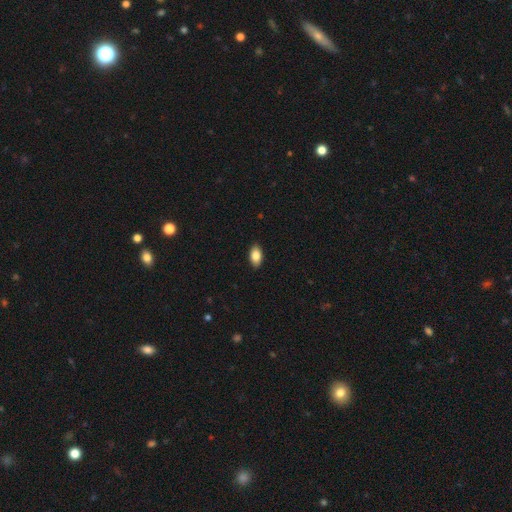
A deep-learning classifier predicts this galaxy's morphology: This is clearly a smooth galaxy (85%). How rounded: clearly in between (92%). Merging: clearly none (89%).